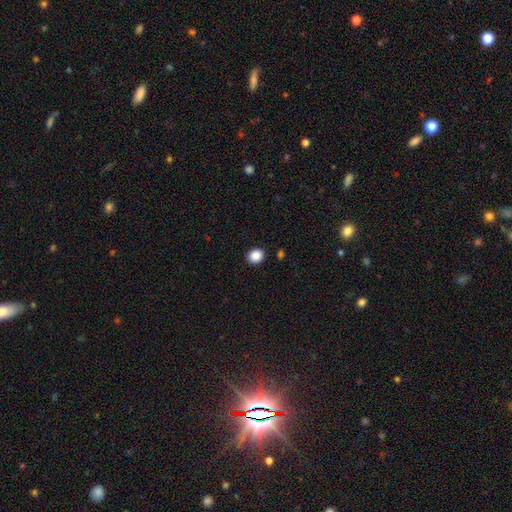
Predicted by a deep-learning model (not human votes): Q: Smooth or featured?
A: smooth (88%); runner-up: star or artifact (9%)
Q: How rounded?
A: round (71%); runner-up: in between (28%)
Q: Merging?
A: none (91%); runner-up: minor disturbance (6%)